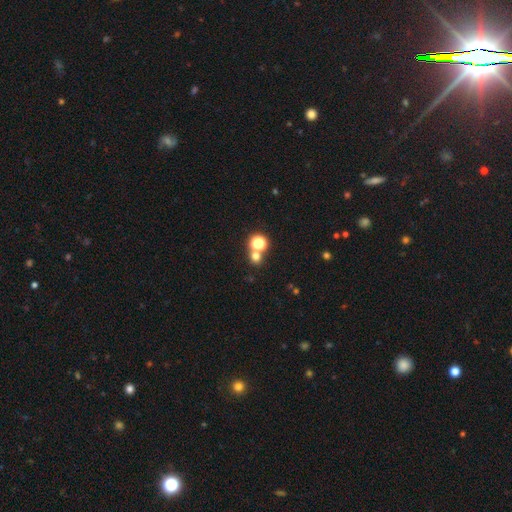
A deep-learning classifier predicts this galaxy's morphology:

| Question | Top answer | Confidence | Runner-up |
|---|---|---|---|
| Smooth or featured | smooth | 65% | star or artifact (27%) |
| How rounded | round | 85% | in between (14%) |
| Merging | none | 62% | merger (28%) |